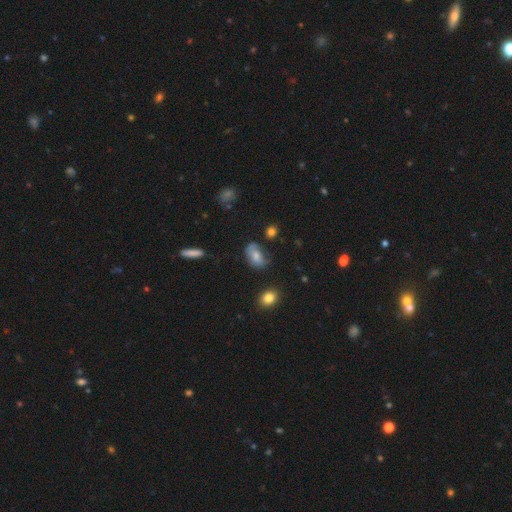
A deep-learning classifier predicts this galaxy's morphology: smooth_or_featured: smooth (p=0.69) [alt: featured or disk p=0.21]
how_rounded: in between (p=0.87) [alt: round p=0.10]
merging: none (p=0.49) [alt: minor disturbance p=0.33]